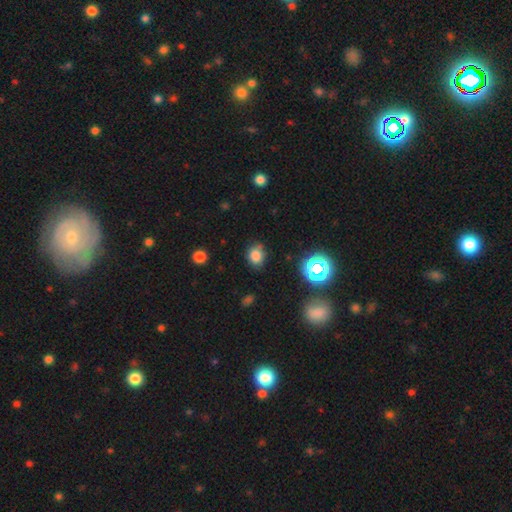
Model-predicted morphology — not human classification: Smooth or featured? Predicted: smooth (p=0.77). How rounded? Predicted: round (p=0.56). Merging? Predicted: none (p=0.73).